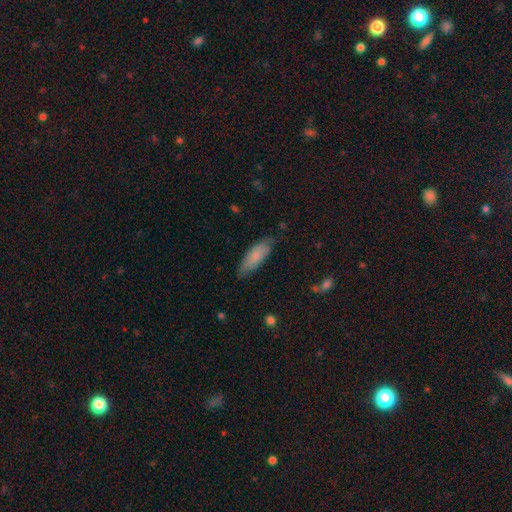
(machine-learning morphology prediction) Smooth or featured: smooth — 81% (featured or disk — 14%)
How rounded: in between — 57% (cigar-shaped — 41%)
Merging: none — 76% (minor disturbance — 19%)